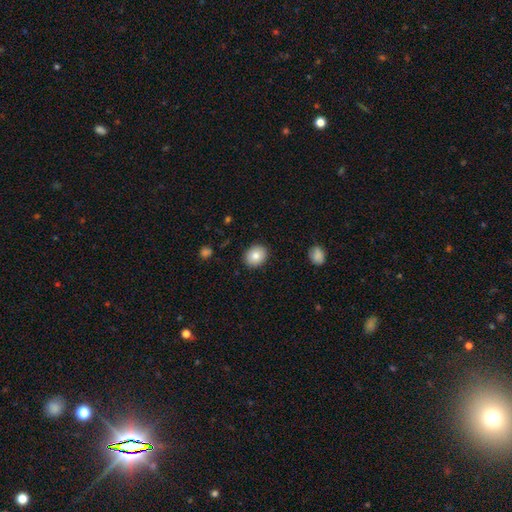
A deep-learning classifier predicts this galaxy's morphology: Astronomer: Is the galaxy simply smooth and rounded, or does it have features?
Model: smooth — 83%.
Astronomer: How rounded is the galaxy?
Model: round — 59% (runner-up: in between, 40%).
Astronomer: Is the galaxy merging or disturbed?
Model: none — 90%.